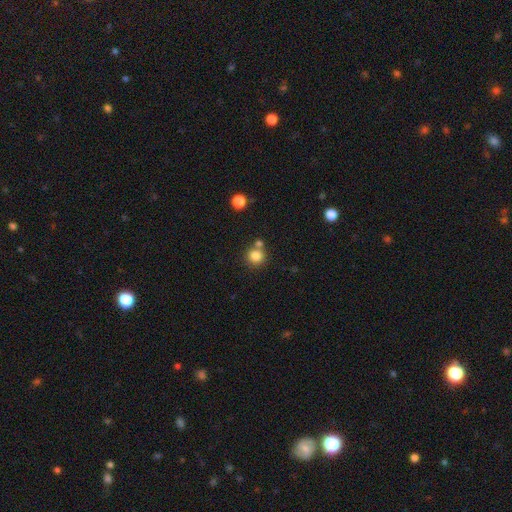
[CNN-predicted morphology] A smooth galaxy with no disk features (82%) that is round (93%). Merging: none (67%).